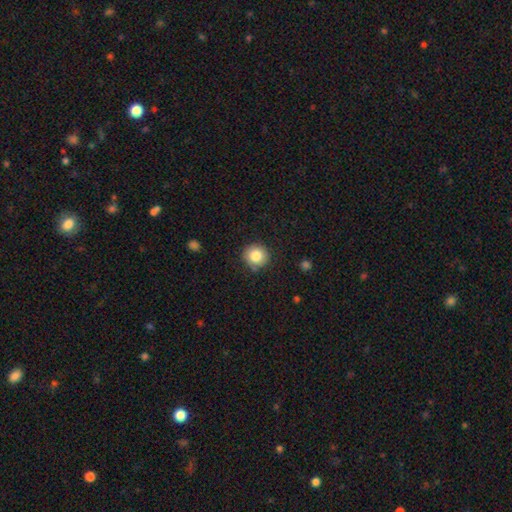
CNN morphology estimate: smooth 84%, star or artifact 9%, featured or disk 7%. Down the decision tree: how rounded — round (93%); merging — none (88%).